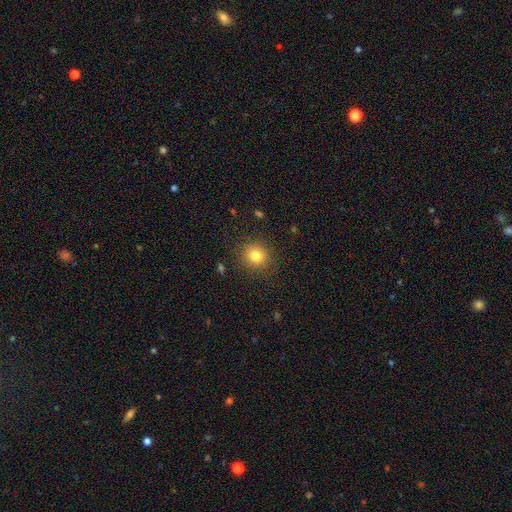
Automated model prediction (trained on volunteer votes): Smooth or featured? Predicted: smooth (p=0.81). How rounded? Predicted: round (p=0.87). Merging? Predicted: none (p=0.88).